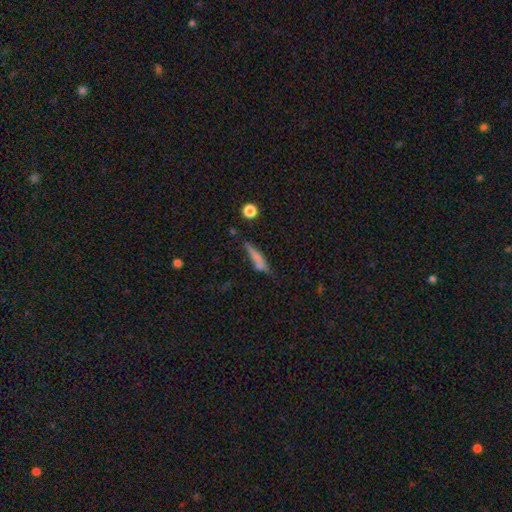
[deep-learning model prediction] This is possibly a smooth galaxy (60%). How rounded: clearly cigar-shaped (86%). Merging: likely none (63%).